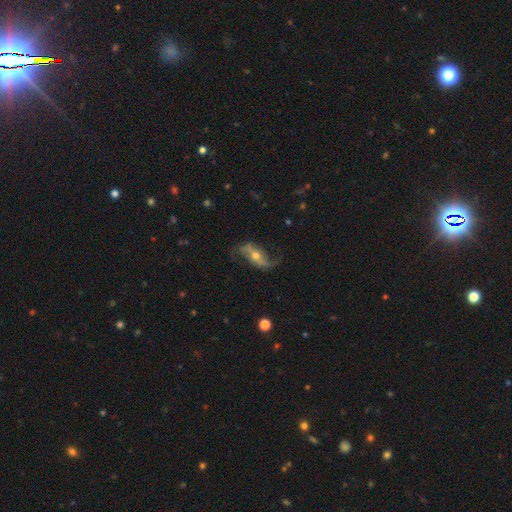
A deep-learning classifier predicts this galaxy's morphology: smooth-or-featured: featured or disk: 85% | smooth: 9% | star or artifact: 6%
  disk-edge-on: no: 92% | yes: 8%
    bar: no: 40% | weak: 30% | strong: 29%
    has-spiral-arms: yes: 94% | no: 6%
      spiral-winding: loose: 81% | medium: 15% | tight: 5%
      spiral-arm-count: 2: 92% | 1: 3% | can't tell: 2% | 3: 1% | 4: 1% | more than 4: 1%
    bulge-size: moderate: 57% | small: 37% | large: 3% | none: 1% | dominant: 1%
  merging: none: 71% | minor disturbance: 17% | major disturbance: 11% | merger: 2%